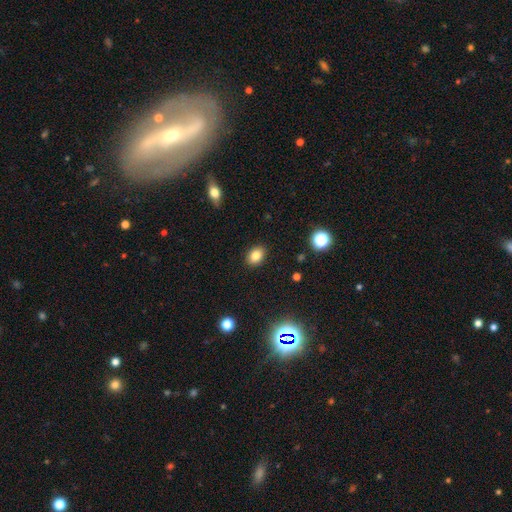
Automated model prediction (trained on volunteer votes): Smooth or featured? Predicted: smooth (p=0.82). How rounded? Predicted: in between (p=0.71). Merging? Predicted: none (p=0.89).